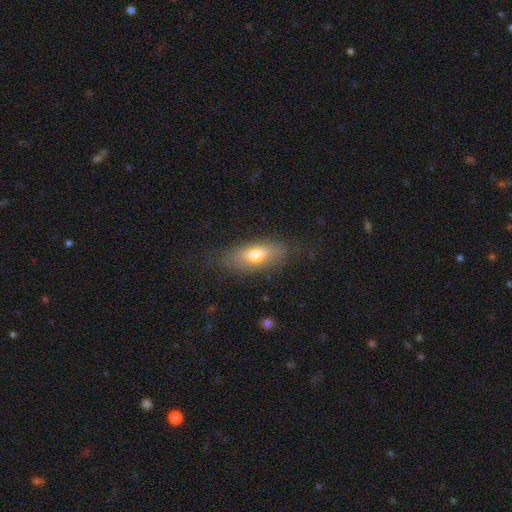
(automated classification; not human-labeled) Overall: smooth (67%). How rounded: in between (76%). Merging: none (77%).